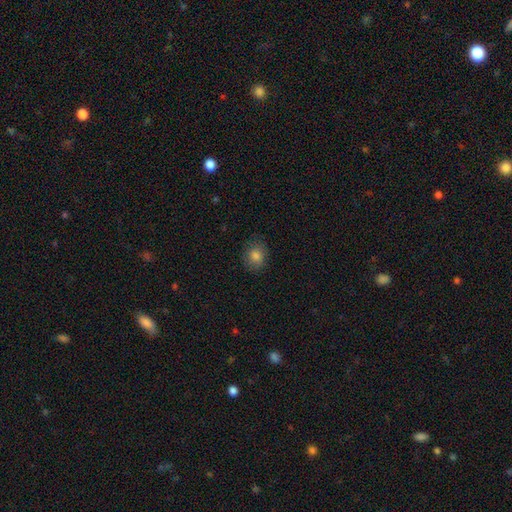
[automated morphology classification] This is clearly a smooth galaxy (81%). How rounded: likely round (64%). Merging: clearly none (82%).